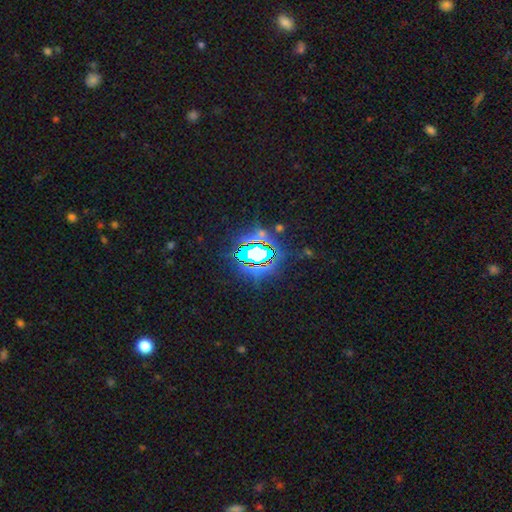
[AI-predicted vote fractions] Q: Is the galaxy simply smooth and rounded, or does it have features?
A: star or artifact — 75%.